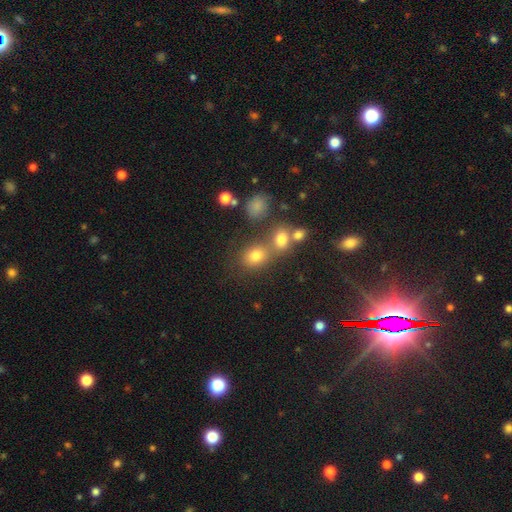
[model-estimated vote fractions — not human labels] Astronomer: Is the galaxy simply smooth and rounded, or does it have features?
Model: smooth — 75%.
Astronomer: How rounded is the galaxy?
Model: round — 53% (runner-up: in between, 46%).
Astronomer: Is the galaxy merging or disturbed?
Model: none — 49% (runner-up: merger, 35%).